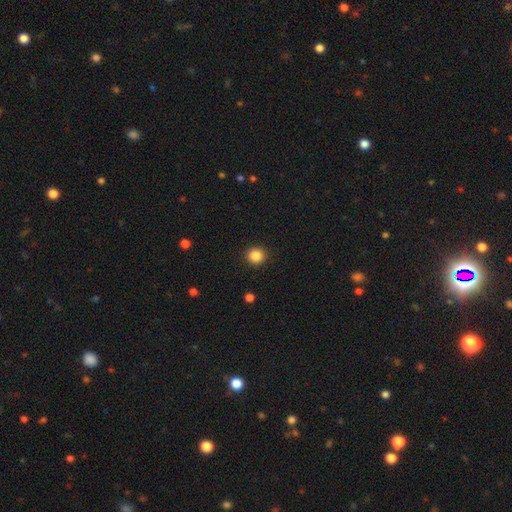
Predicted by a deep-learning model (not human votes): A smooth galaxy with no disk features (86%) that is round (92%).

Vote fractions:
- Smooth or featured? smooth: 86% / star or artifact: 10% / featured or disk: 4%
- How rounded? round: 92% / in between: 7% / cigar-shaped: 1%
- Merging? none: 92% / minor disturbance: 5% / major disturbance: 2% / merger: 1%